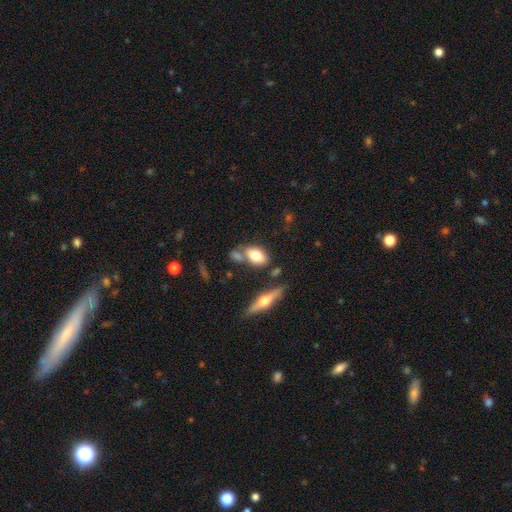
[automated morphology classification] Smooth or featured? smooth (72%)
How rounded? in between (86%)
Merging? none (53%)